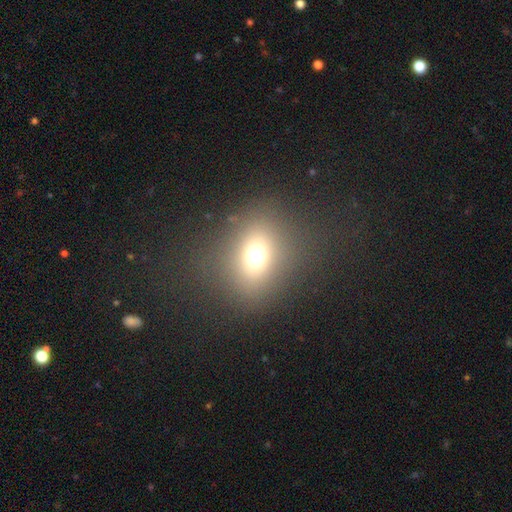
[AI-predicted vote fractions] The model was most divided on "how rounded": round: 59%, in between: 40%, cigar-shaped: 1%. More confident: merging — none (80%); smooth or featured — smooth (68%).